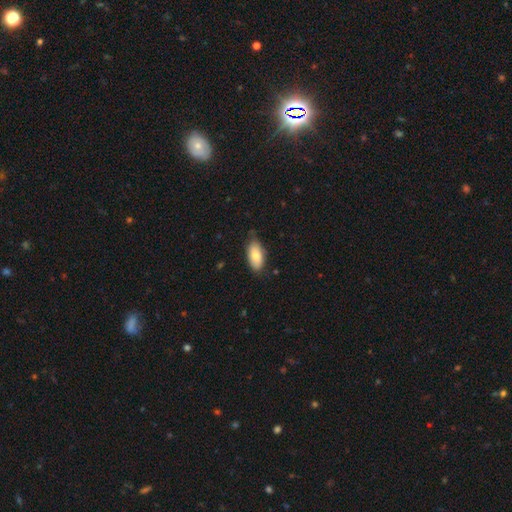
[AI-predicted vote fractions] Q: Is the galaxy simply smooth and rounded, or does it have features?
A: smooth — 80%.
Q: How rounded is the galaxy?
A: in between — 92%.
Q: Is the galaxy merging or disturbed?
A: none — 74%.